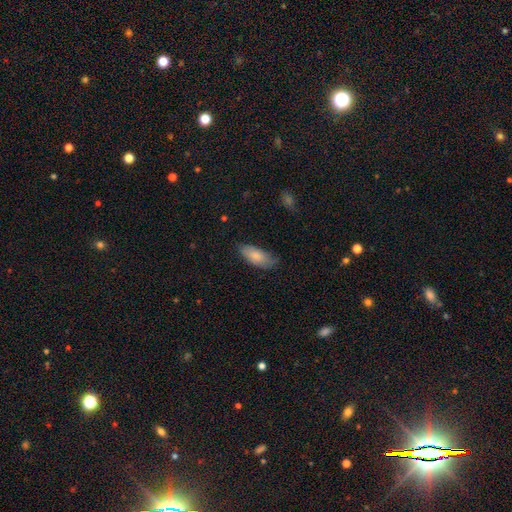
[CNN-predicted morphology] Smooth or featured? smooth (81%)
How rounded? in between (85%)
Merging? none (69%)